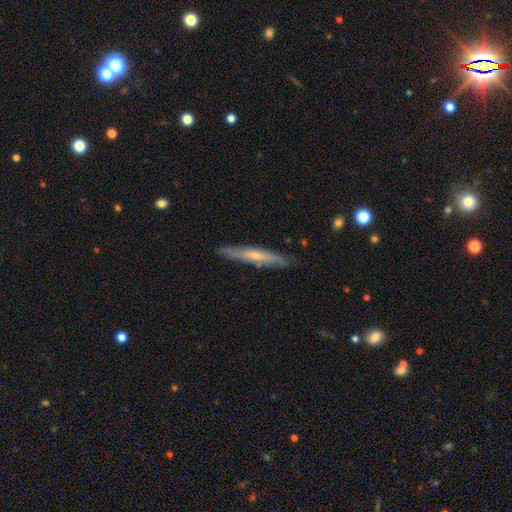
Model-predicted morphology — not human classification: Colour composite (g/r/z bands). It shows a featured or disk galaxy (52%) viewed edge-on (85%). Merging: none (85%).